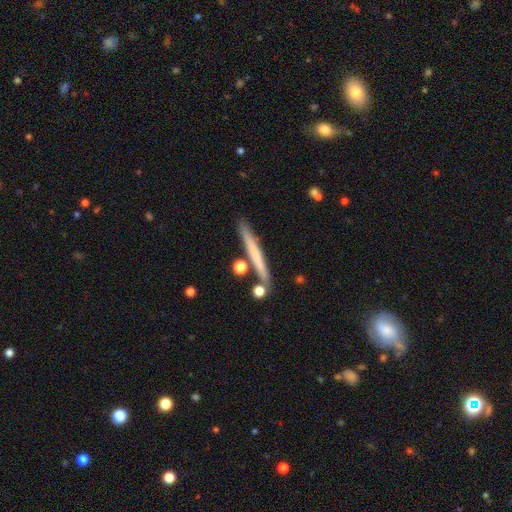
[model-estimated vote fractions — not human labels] This is possibly a smooth galaxy (57%). How rounded: clearly cigar-shaped (96%). Merging: clearly none (82%).